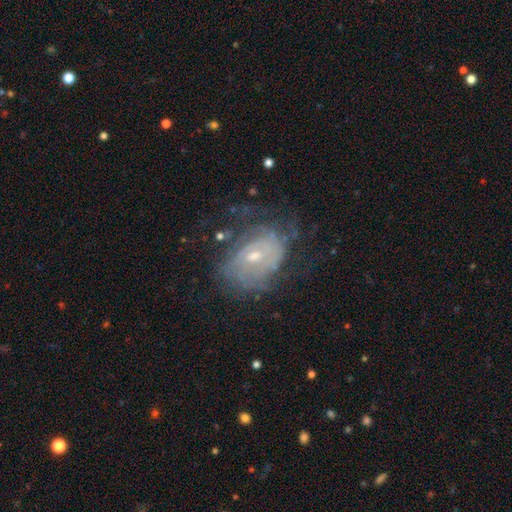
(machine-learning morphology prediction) A featured or disk galaxy (76%) with no bar (57%), tight (65%) spiral arms (81%) and a small central bulge (49%). Merging: none (58%).